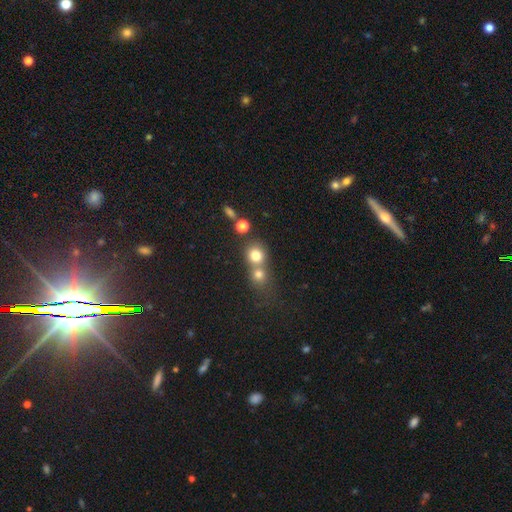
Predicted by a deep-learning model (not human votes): A smooth galaxy with no disk features (76%) that is round (83%).

Vote fractions:
- Smooth or featured? smooth: 76% / star or artifact: 14% / featured or disk: 10%
- How rounded? round: 83% / in between: 16% / cigar-shaped: 1%
- Merging? merger: 49% / none: 41% / minor disturbance: 6% / major disturbance: 3%